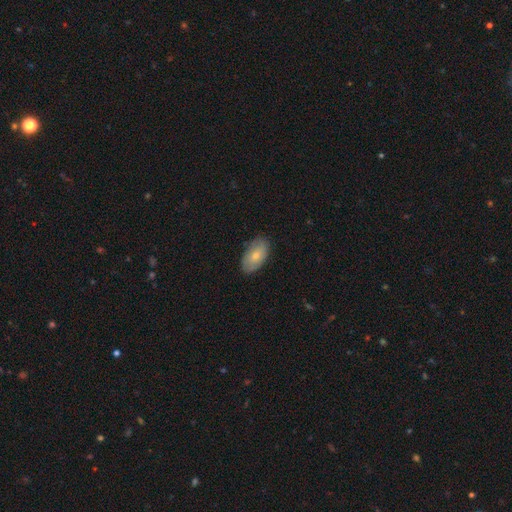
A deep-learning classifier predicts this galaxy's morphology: type=smooth (64%); roundness=in between (93%); merging=none (81%).